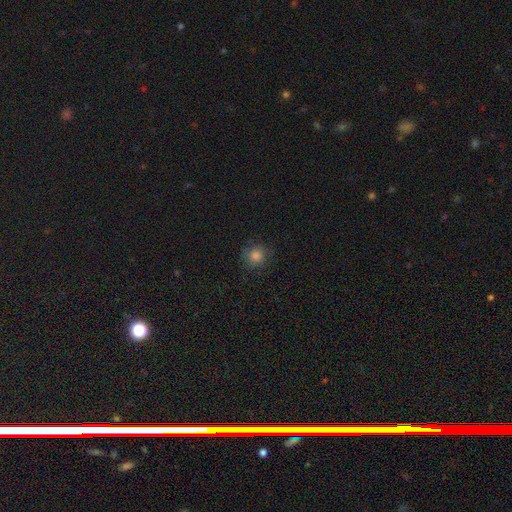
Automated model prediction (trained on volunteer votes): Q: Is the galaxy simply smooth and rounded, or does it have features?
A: smooth — 81%.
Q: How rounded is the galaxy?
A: round — 91%.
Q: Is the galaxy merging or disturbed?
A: none — 83%.